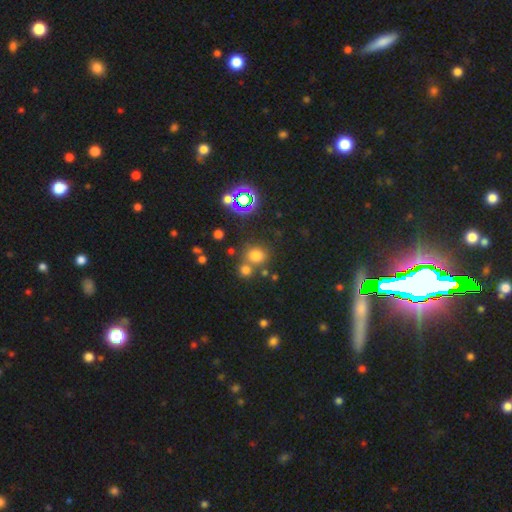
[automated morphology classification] smooth_or_featured: smooth (p=0.68) [alt: star or artifact p=0.24]
how_rounded: round (p=0.83) [alt: in between p=0.16]
merging: none (p=0.64) [alt: merger p=0.23]